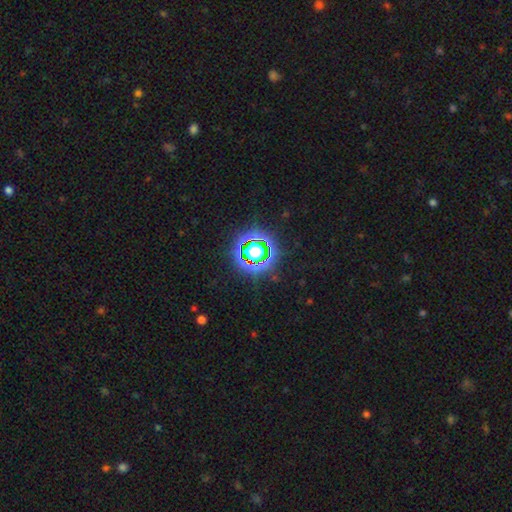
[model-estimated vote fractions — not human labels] Morphology: type=star or artifact (67%).